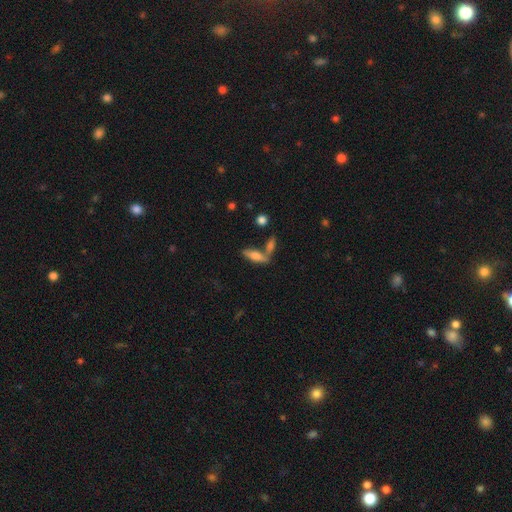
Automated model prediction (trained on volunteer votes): Smooth or featured? Predicted: smooth (p=0.64). How rounded? Predicted: cigar-shaped (p=0.50). Merging? Predicted: none (p=0.52).